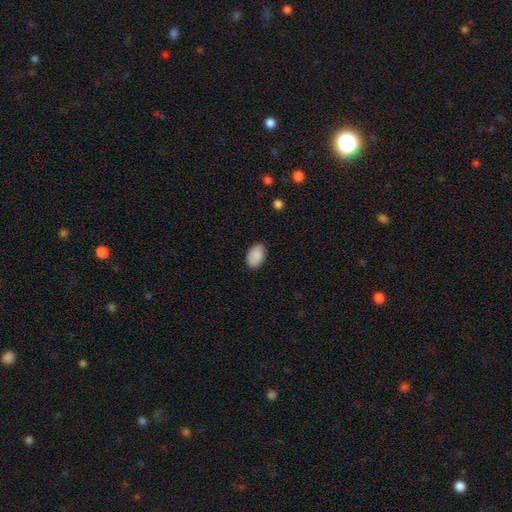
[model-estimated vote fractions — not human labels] A smooth galaxy with no disk features (89%) that is in between round and cigar-shaped (91%).

Vote fractions:
- Smooth or featured? smooth: 89% / star or artifact: 7% / featured or disk: 4%
- How rounded? in between: 91% / round: 8% / cigar-shaped: 1%
- Merging? none: 84% / minor disturbance: 12% / major disturbance: 2% / merger: 1%